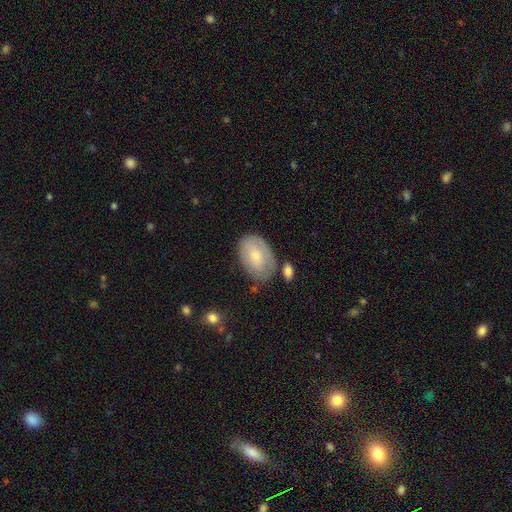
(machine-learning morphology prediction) A smooth galaxy with no disk features (66%) that is in between round and cigar-shaped (86%).

Vote fractions:
- Smooth or featured? smooth: 66% / featured or disk: 27% / star or artifact: 6%
- How rounded? in between: 86% / round: 12% / cigar-shaped: 1%
- Merging? none: 68% / minor disturbance: 21% / merger: 6% / major disturbance: 6%